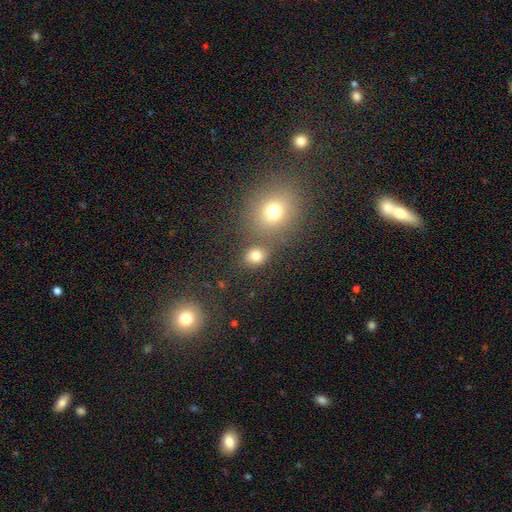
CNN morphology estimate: smooth_or_featured: smooth (p=0.77) [alt: star or artifact p=0.16]
how_rounded: round (p=0.66) [alt: in between p=0.33]
merging: none (p=0.71) [alt: merger p=0.16]